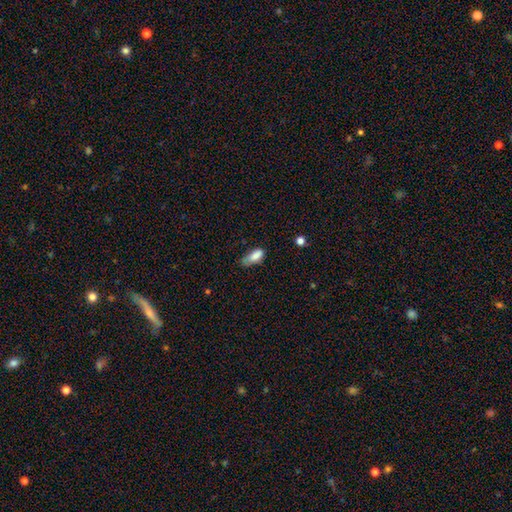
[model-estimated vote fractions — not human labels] smooth_or_featured: smooth (p=0.82) [alt: featured or disk p=0.09]
how_rounded: in between (p=0.82) [alt: cigar-shaped p=0.15]
merging: minor disturbance (p=0.42) [alt: none p=0.38]